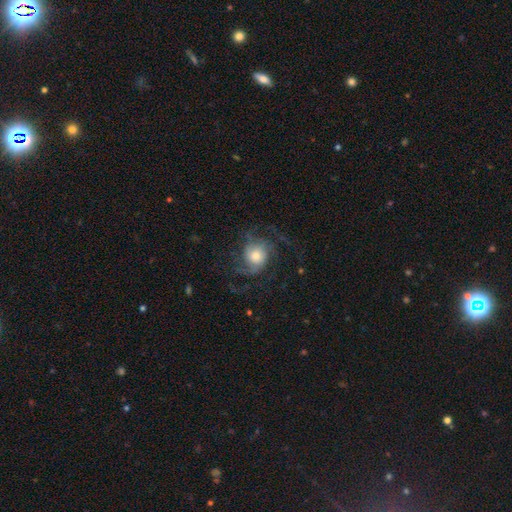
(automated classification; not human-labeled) Q: Smooth or featured?
A: featured or disk (67%); runner-up: smooth (24%)
Q: Edge-on disk?
A: no (97%); runner-up: yes (3%)
Q: Bar?
A: no (74%); runner-up: weak (22%)
Q: Spiral arms?
A: yes (91%); runner-up: no (9%)
Q: Spiral winding?
A: medium (43%); runner-up: loose (39%)
Q: Spiral arm count?
A: 3 (29%); runner-up: 2 (25%)
Q: Bulge size?
A: moderate (49%); runner-up: large (31%)
Q: Merging?
A: none (57%); runner-up: major disturbance (26%)